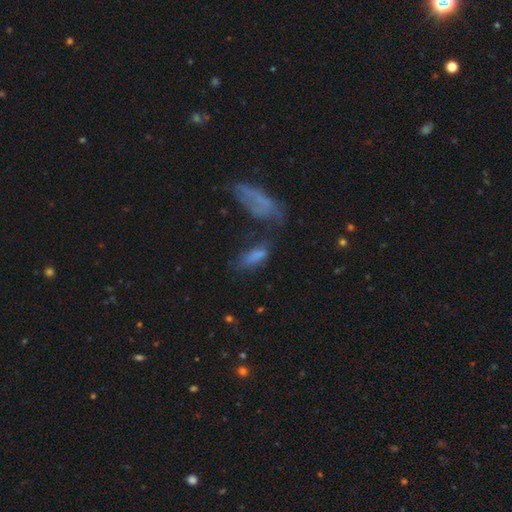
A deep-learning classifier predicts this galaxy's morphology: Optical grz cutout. It shows a smooth galaxy with no disk features (71%) that is in between round and cigar-shaped (62%). Merging: none (43%).